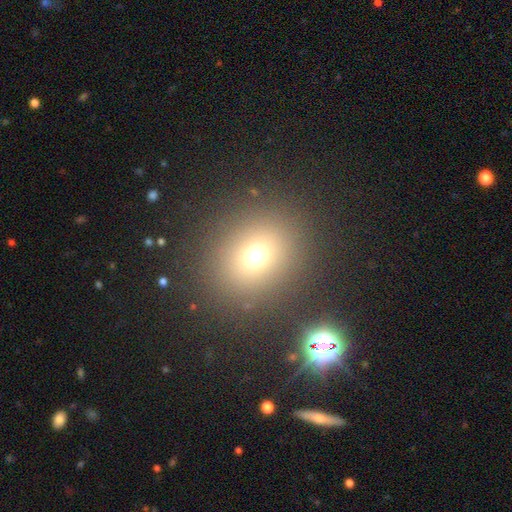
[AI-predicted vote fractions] Smooth or featured? smooth (69%)
How rounded? round (73%)
Merging? none (83%)